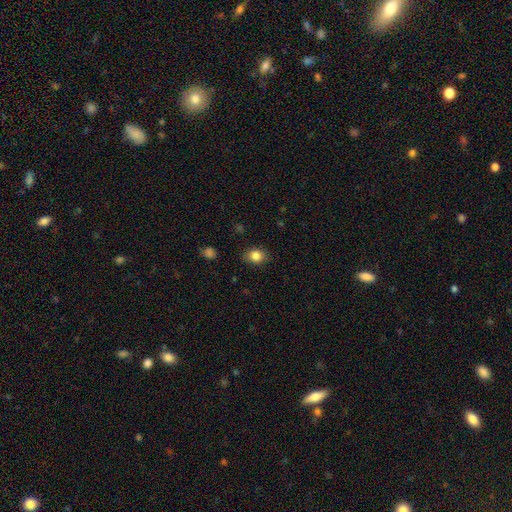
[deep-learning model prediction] Smooth or featured: smooth — 84% (star or artifact — 10%)
How rounded: in between — 57% (round — 42%)
Merging: none — 83% (minor disturbance — 13%)